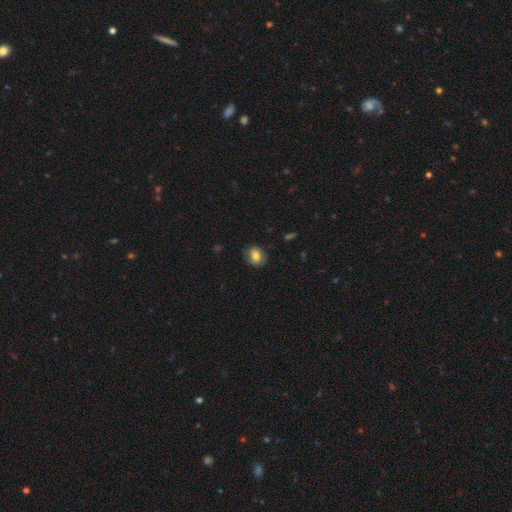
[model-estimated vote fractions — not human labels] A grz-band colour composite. It shows a smooth galaxy with no disk features (74%) that is round (57%). Merging: none (77%).